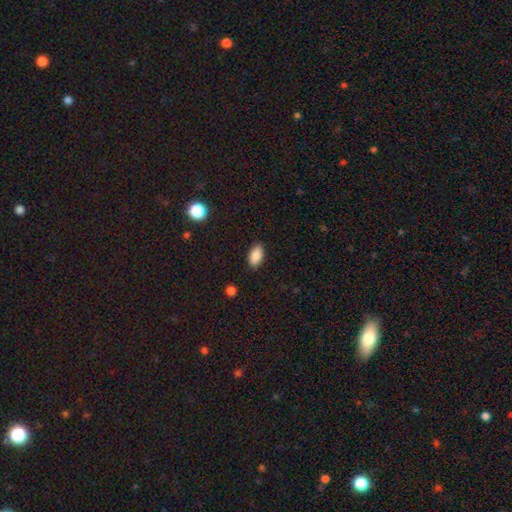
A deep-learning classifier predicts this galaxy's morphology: A smooth galaxy with no disk features (88%) that is in between round and cigar-shaped (93%).

Vote fractions:
- Smooth or featured? smooth: 88% / star or artifact: 8% / featured or disk: 4%
- How rounded? in between: 93% / round: 4% / cigar-shaped: 2%
- Merging? none: 86% / minor disturbance: 10% / major disturbance: 2% / merger: 1%